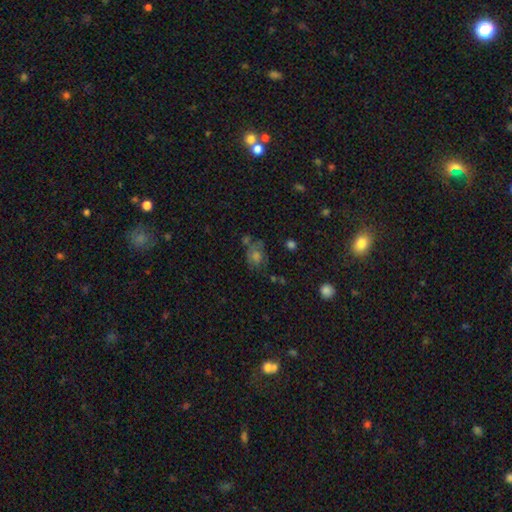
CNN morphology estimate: The model was most divided on "smooth or featured": smooth: 48%, star or artifact: 31%, featured or disk: 21%. More confident: merging — none (58%).